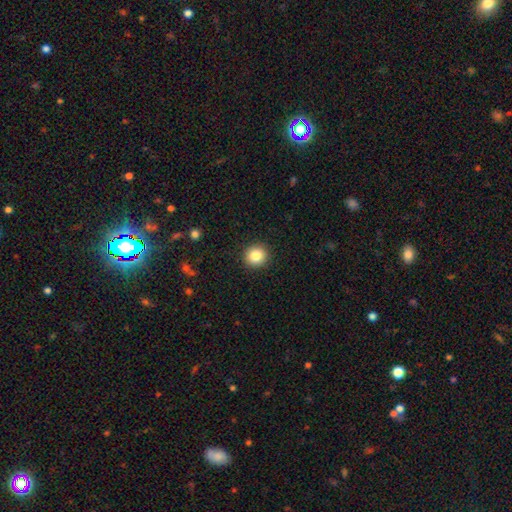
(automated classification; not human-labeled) This is clearly a smooth galaxy (84%). How rounded: clearly round (91%). Merging: clearly none (92%).